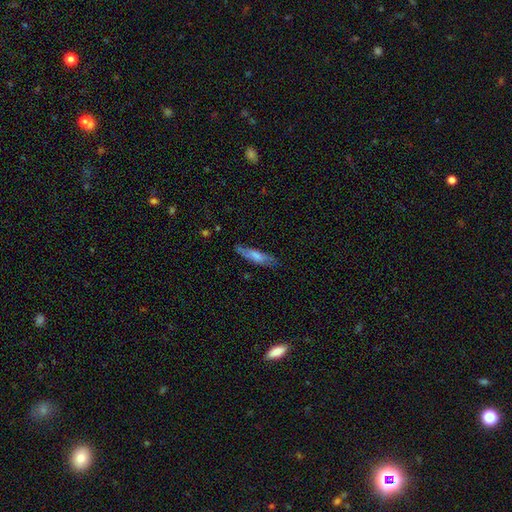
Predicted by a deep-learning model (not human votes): This appears to be a smooth galaxy with no disk features (66%) that is cigar-shaped (70%). Merging: none (74%).